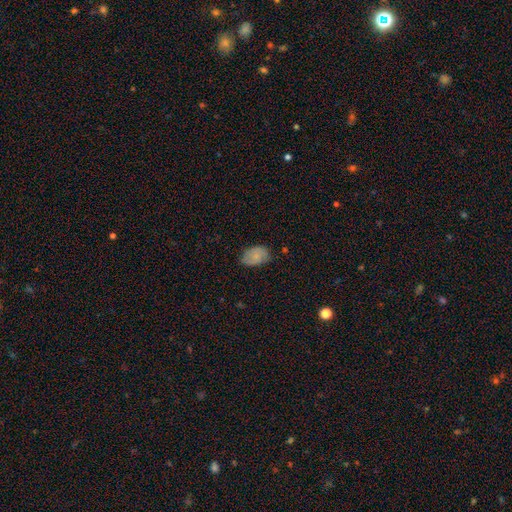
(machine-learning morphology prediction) A smooth galaxy with no disk features (71%) that is in between round and cigar-shaped (88%). Merging: none (70%).